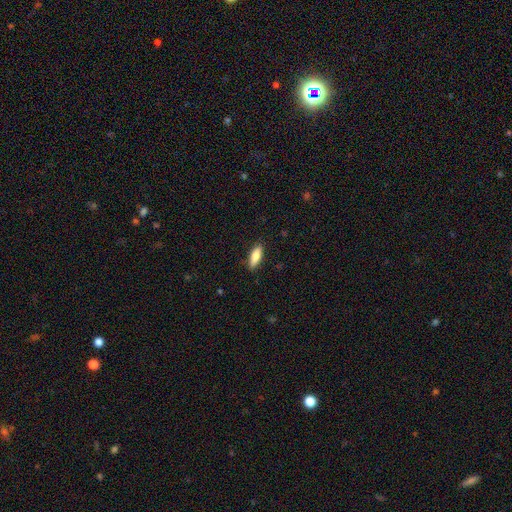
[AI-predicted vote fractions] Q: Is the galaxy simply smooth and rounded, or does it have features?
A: smooth — 79%.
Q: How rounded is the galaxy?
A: in between — 58%.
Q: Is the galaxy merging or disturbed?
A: none — 87%.